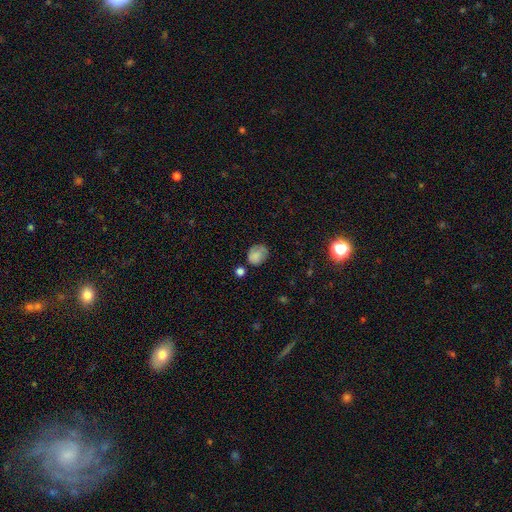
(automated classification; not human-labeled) A smooth galaxy with no disk features (75%) that is round (55%). Merging: none (57%).